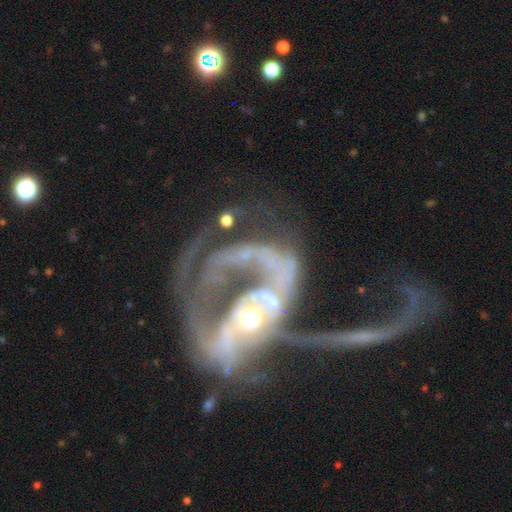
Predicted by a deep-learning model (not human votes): Overall: featured or disk (85%). Edge-on disk: no (96%). Bar: no (55%; weak 26%). Spiral arms: yes (75%). Spiral arm count: 2 (42%; can't tell 22%). Spiral winding: loose (51%; medium 32%). Bulge size: moderate (58%; small 29%). Merging: merger (47%; major disturbance 37%).